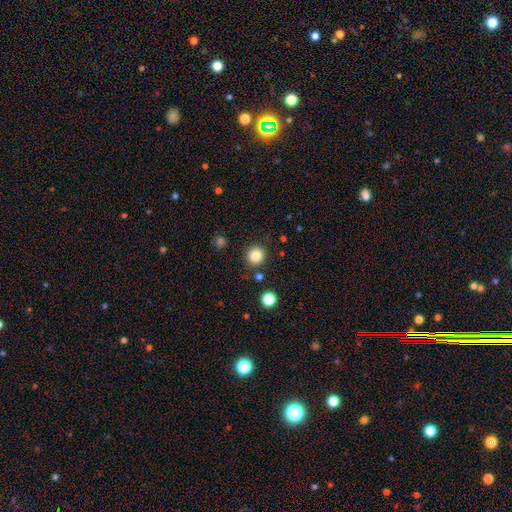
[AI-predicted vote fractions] This appears to be a smooth galaxy with no disk features (84%) that is round (94%). Merging: none (88%).